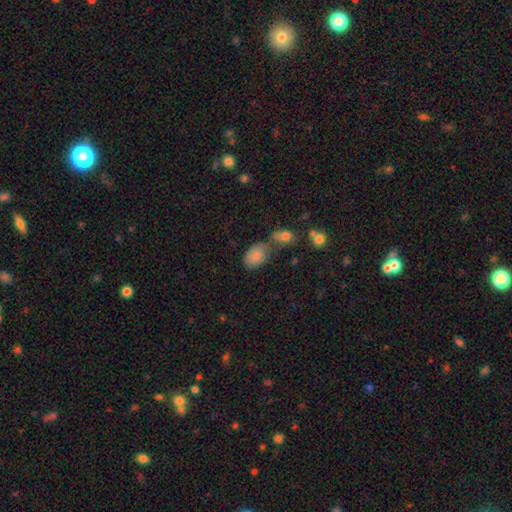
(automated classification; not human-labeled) Smooth or featured?
  - smooth: 83% *
  - star or artifact: 9%
  - featured or disk: 8%
How rounded?
  - in between: 88% *
  - round: 11%
  - cigar-shaped: 1%
Merging?
  - none: 50% *
  - merger: 22%
  - minor disturbance: 20%
  - major disturbance: 8%